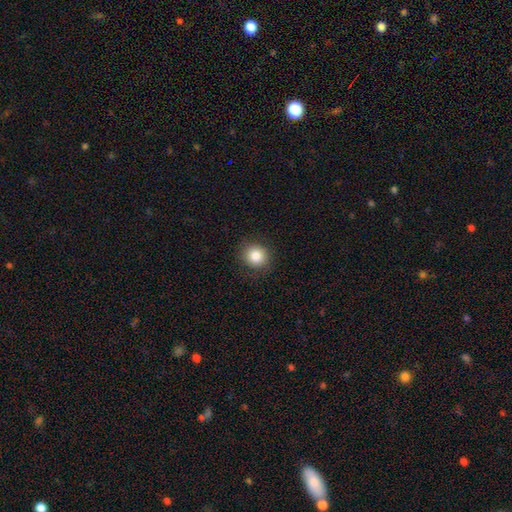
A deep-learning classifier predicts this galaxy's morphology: Smooth or featured? smooth (84%)
How rounded? round (86%)
Merging? none (88%)